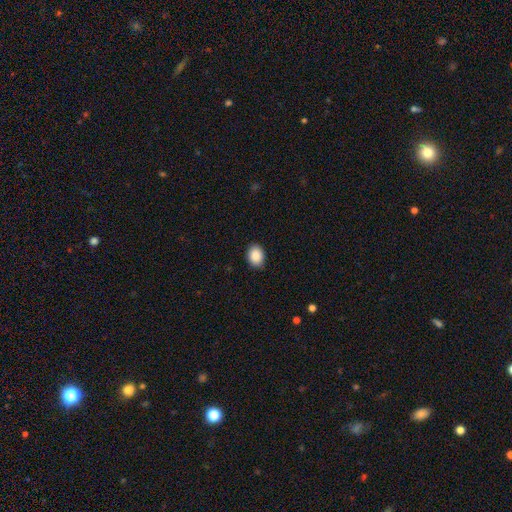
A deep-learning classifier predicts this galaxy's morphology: Smooth or featured: smooth — 89% (star or artifact — 8%)
How rounded: in between — 63% (round — 36%)
Merging: none — 88% (minor disturbance — 9%)